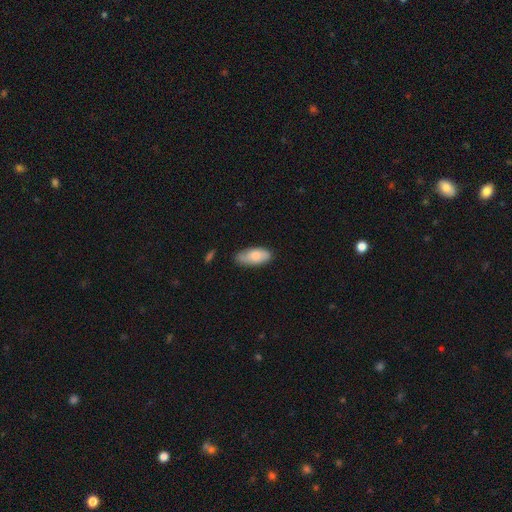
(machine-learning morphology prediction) Smooth or featured? smooth (74%)
How rounded? in between (88%)
Merging? none (72%)